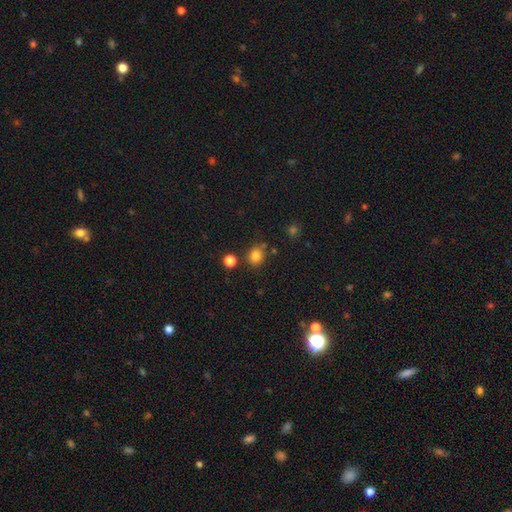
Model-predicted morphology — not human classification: smooth-or-featured: smooth: 82% | star or artifact: 13% | featured or disk: 5%
  how-rounded: round: 76% | in between: 23% | cigar-shaped: 1%
  merging: none: 78% | minor disturbance: 11% | merger: 8% | major disturbance: 3%